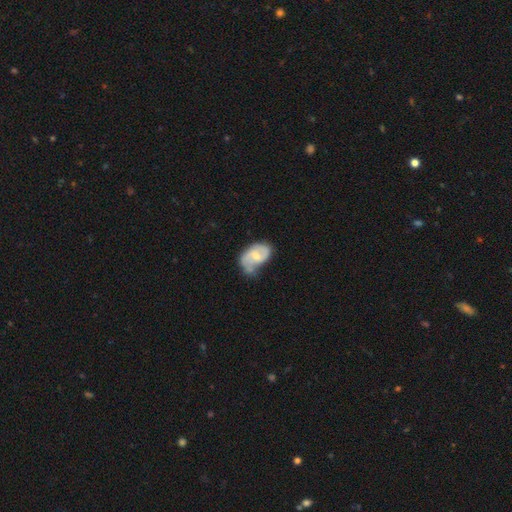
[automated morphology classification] A featured or disk galaxy (67%) with a weak bar (55%), 2 (77%) medium (46%) spiral arms (87%) and a small central bulge (46%). Merging: none (40%).